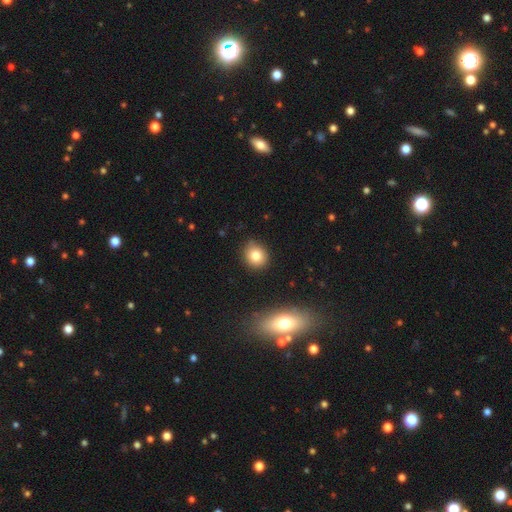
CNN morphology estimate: Q: Smooth or featured?
A: smooth (81%); runner-up: star or artifact (10%)
Q: How rounded?
A: round (77%); runner-up: in between (22%)
Q: Merging?
A: none (85%); runner-up: minor disturbance (11%)